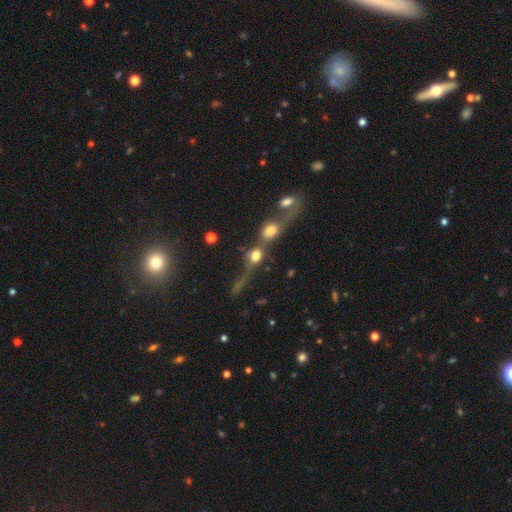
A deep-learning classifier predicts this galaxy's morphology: smooth-or-featured: smooth: 60% | featured or disk: 25% | star or artifact: 15%
  how-rounded: round: 60% | in between: 32% | cigar-shaped: 8%
  merging: merger: 66% | none: 18% | major disturbance: 10% | minor disturbance: 6%